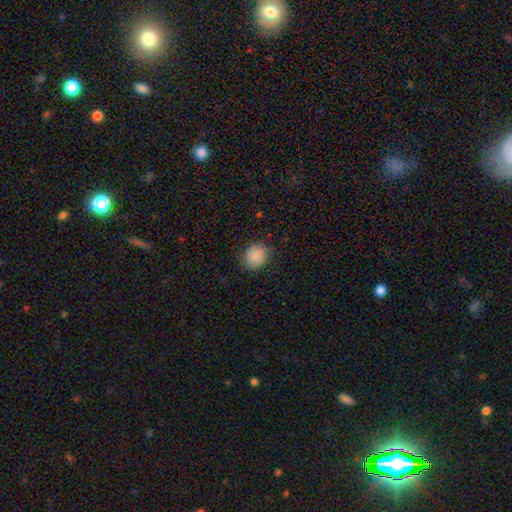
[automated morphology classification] smooth_or_featured: smooth (p=0.85) [alt: star or artifact p=0.08]
how_rounded: round (p=0.67) [alt: in between p=0.32]
merging: none (p=0.81) [alt: minor disturbance p=0.14]